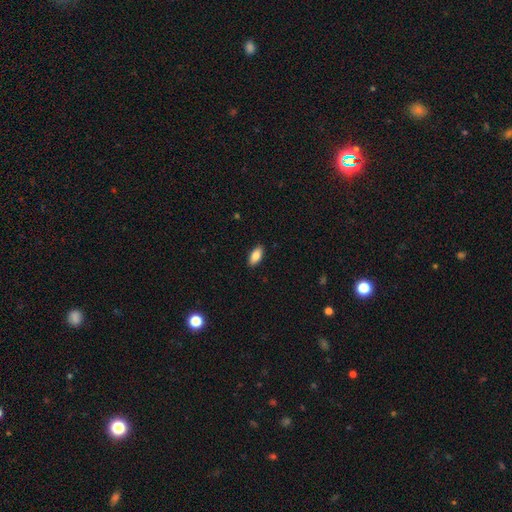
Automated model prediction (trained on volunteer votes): This is clearly a smooth galaxy (85%). How rounded: clearly in between (89%). Merging: clearly none (89%).